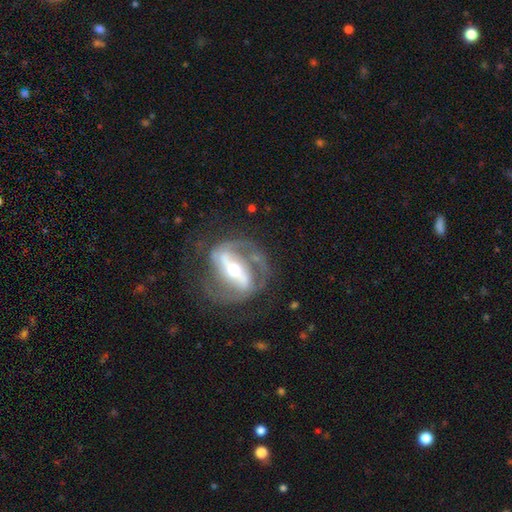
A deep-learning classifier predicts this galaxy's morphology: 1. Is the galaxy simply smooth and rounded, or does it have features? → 87% featured or disk, 7% smooth, 6% star or artifact.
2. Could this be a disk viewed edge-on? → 94% no, 6% yes.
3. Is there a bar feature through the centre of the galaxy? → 68% strong, 20% weak, 11% no.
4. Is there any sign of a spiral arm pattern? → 92% yes, 8% no.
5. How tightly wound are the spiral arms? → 48% medium, 33% tight, 19% loose.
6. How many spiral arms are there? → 83% 2, 7% can't tell, 4% 3, 3% 1, 1% 4, 1% more than 4.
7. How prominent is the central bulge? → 55% moderate, 37% small, 5% large, 1% dominant, 1% none.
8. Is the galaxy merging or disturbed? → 69% none, 15% minor disturbance, 14% major disturbance, 2% merger.